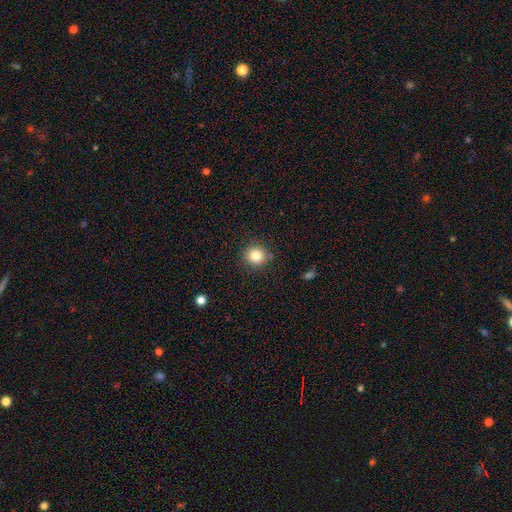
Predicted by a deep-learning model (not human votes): Smooth or featured? Predicted: smooth (p=0.82). How rounded? Predicted: round (p=0.91). Merging? Predicted: none (p=0.86).